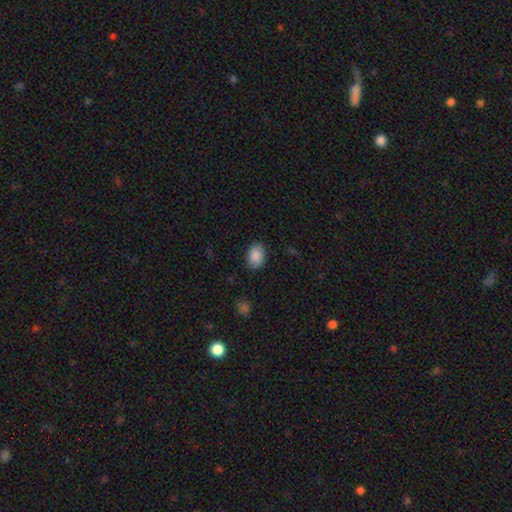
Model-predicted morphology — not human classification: Smooth or featured?
  - smooth: 88% *
  - star or artifact: 7%
  - featured or disk: 5%
How rounded?
  - in between: 78% *
  - round: 21%
  - cigar-shaped: 1%
Merging?
  - none: 86% *
  - minor disturbance: 10%
  - major disturbance: 2%
  - merger: 1%